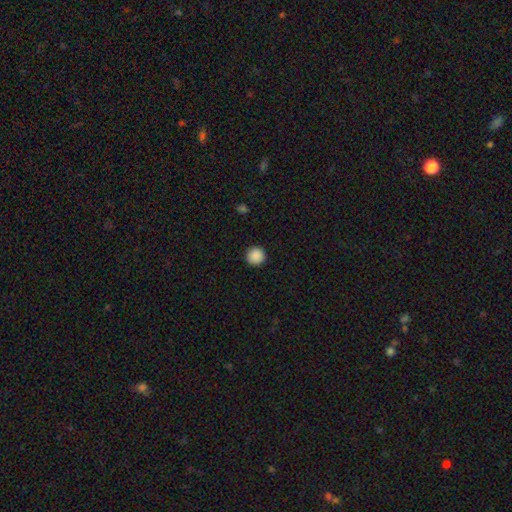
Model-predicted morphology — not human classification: A smooth galaxy with no disk features (89%) that is round (96%).

Vote fractions:
- Smooth or featured? smooth: 89% / star or artifact: 9% / featured or disk: 2%
- How rounded? round: 96% / in between: 3% / cigar-shaped: 1%
- Merging? none: 93% / minor disturbance: 5% / major disturbance: 2% / merger: 1%